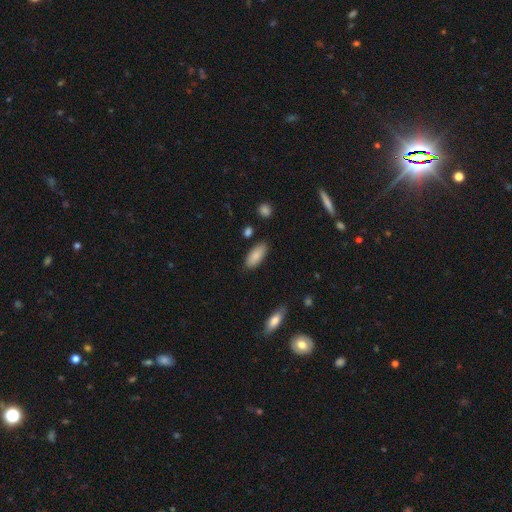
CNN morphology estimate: Smooth or featured?
  - smooth: 86% *
  - featured or disk: 8%
  - star or artifact: 6%
How rounded?
  - in between: 85% *
  - cigar-shaped: 13%
  - round: 2%
Merging?
  - none: 84% *
  - minor disturbance: 11%
  - major disturbance: 2%
  - merger: 2%